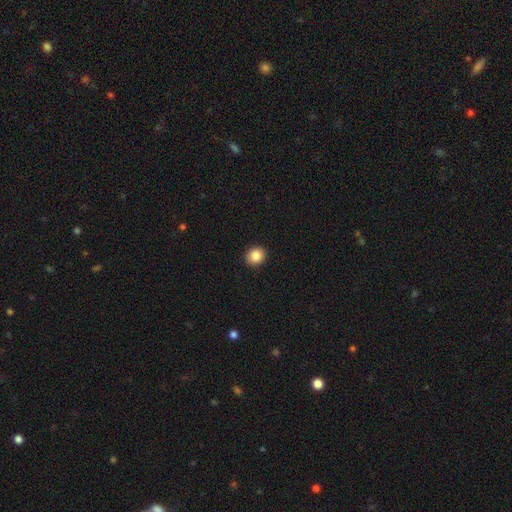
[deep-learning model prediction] smooth-or-featured: smooth: 86% | star or artifact: 9% | featured or disk: 5%
  how-rounded: round: 77% | in between: 22% | cigar-shaped: 1%
  merging: none: 92% | minor disturbance: 6% | major disturbance: 2% | merger: 1%